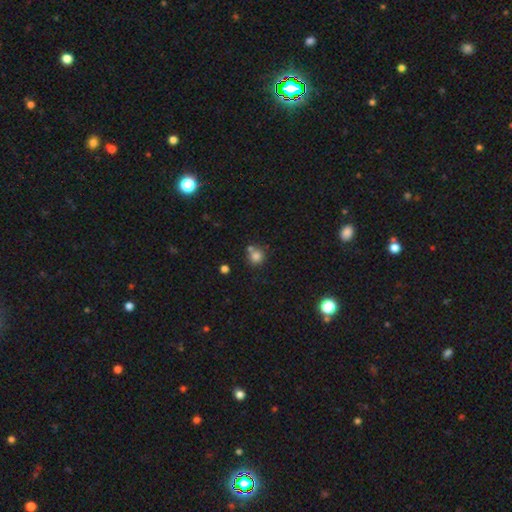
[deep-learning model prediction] Smooth or featured? smooth (80%)
How rounded? round (91%)
Merging? none (63%)